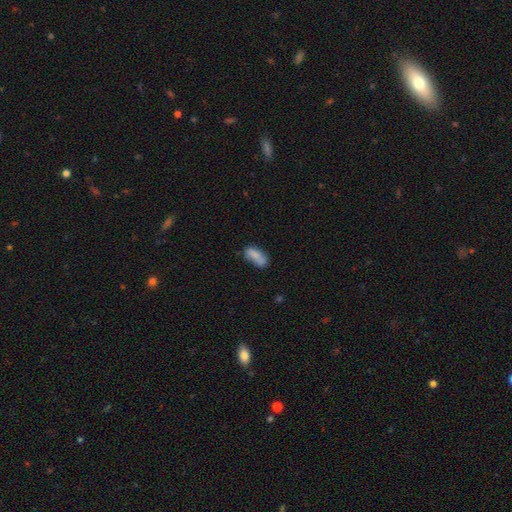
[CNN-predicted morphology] The model was most divided on "merging": none: 54%, minor disturbance: 22%, merger: 17%, major disturbance: 7%. More confident: how rounded — in between (83%); smooth or featured — smooth (75%).